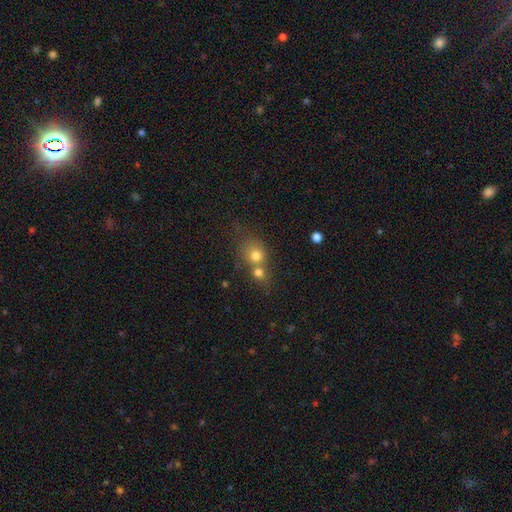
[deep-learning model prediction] Smooth or featured?
  - smooth: 73% *
  - featured or disk: 13%
  - star or artifact: 13%
How rounded?
  - round: 77% *
  - in between: 22%
  - cigar-shaped: 1%
Merging?
  - merger: 54% *
  - none: 35%
  - minor disturbance: 7%
  - major disturbance: 4%